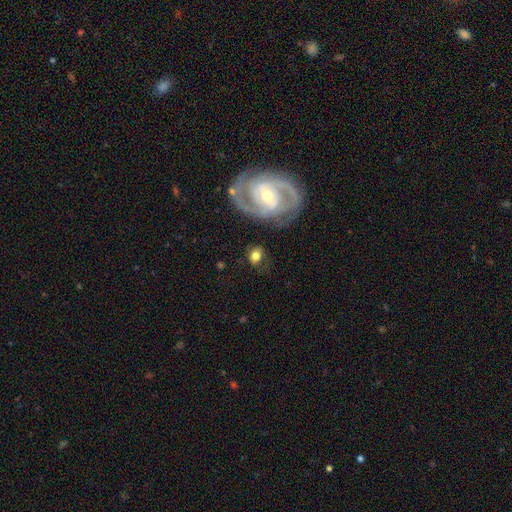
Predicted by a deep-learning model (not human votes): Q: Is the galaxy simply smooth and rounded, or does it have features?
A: smooth — 54%.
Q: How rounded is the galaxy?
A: round — 49%, tied with in between.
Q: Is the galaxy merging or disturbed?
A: none — 69%.